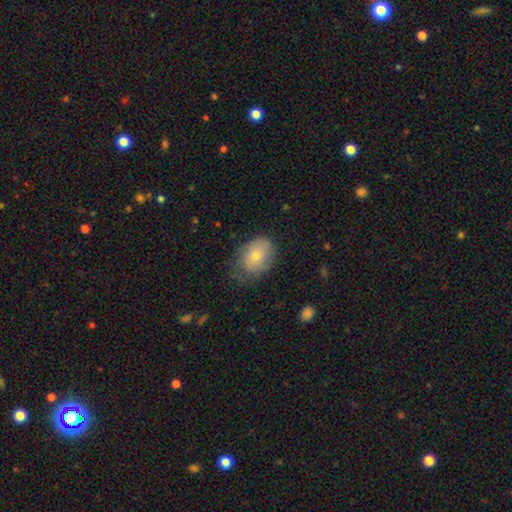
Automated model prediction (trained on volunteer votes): Q: Smooth or featured?
A: smooth (66%); runner-up: featured or disk (27%)
Q: How rounded?
A: in between (72%); runner-up: round (27%)
Q: Merging?
A: none (56%); runner-up: minor disturbance (31%)